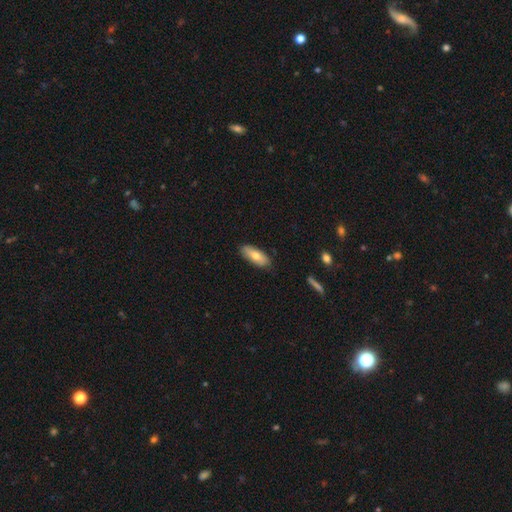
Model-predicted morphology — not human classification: Smooth or featured? smooth (73%)
How rounded? in between (77%)
Merging? none (85%)